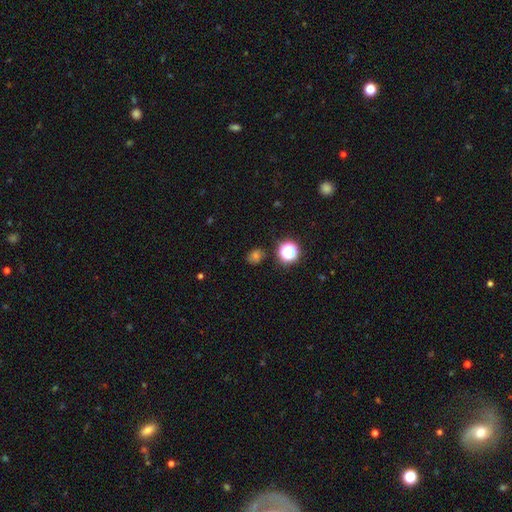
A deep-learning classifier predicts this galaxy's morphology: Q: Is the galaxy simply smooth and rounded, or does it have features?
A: smooth — 55%.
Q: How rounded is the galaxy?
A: round — 75%.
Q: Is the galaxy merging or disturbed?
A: none — 82%.